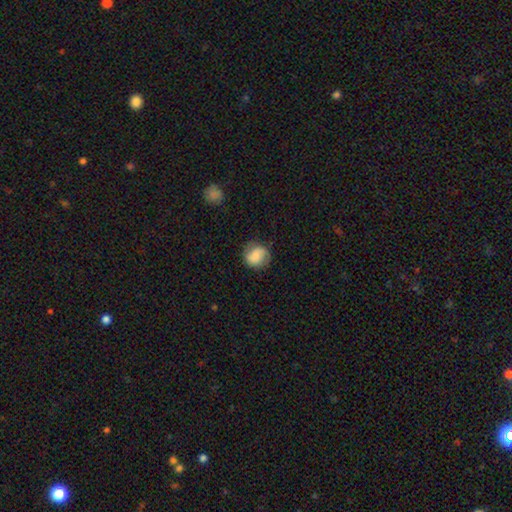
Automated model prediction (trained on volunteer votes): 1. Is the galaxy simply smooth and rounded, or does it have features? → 69% smooth, 23% featured or disk, 8% star or artifact.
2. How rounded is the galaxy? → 78% round, 21% in between, 1% cigar-shaped.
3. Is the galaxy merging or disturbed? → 69% none, 22% minor disturbance, 8% major disturbance, 1% merger.